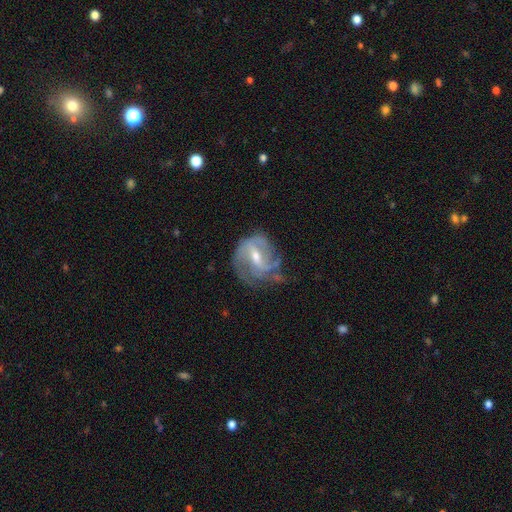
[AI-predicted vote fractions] Q: Smooth or featured?
A: featured or disk (82%); runner-up: smooth (11%)
Q: Edge-on disk?
A: no (96%); runner-up: yes (4%)
Q: Bar?
A: weak (47%); runner-up: strong (38%)
Q: Spiral arms?
A: yes (88%); runner-up: no (12%)
Q: Spiral winding?
A: medium (41%); runner-up: tight (39%)
Q: Spiral arm count?
A: 2 (36%); runner-up: can't tell (29%)
Q: Bulge size?
A: moderate (52%); runner-up: small (43%)
Q: Merging?
A: none (49%); runner-up: minor disturbance (27%)